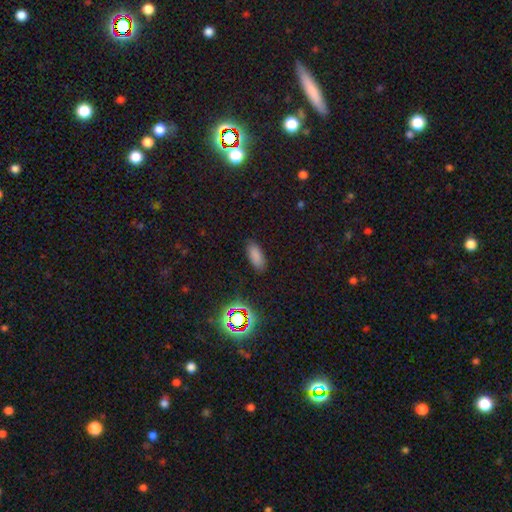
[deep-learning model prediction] Morphology: type=smooth (80%); roundness=in between (83%); merging=none (86%).